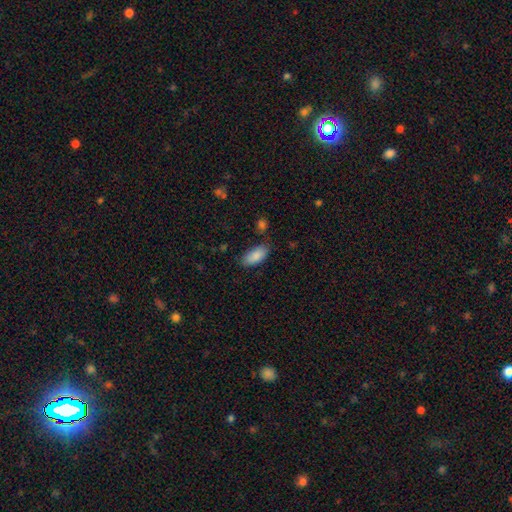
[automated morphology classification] smooth_or_featured: smooth (p=0.88) [alt: star or artifact p=0.07]
how_rounded: in between (p=0.90) [alt: cigar-shaped p=0.08]
merging: none (p=0.76) [alt: minor disturbance p=0.17]